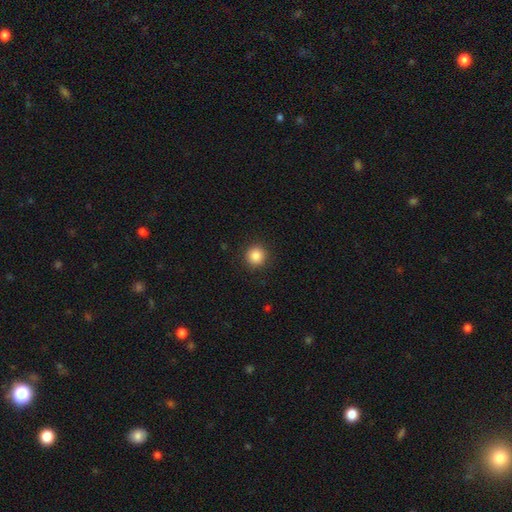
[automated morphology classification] Smooth or featured? Predicted: smooth (p=0.86). How rounded? Predicted: round (p=0.95). Merging? Predicted: none (p=0.91).